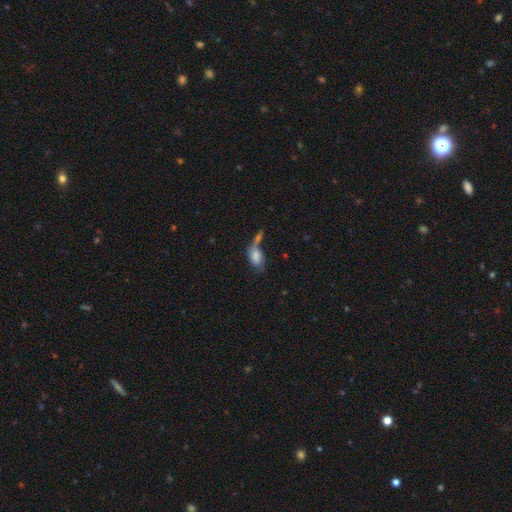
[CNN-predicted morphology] smooth 67%, featured or disk 24%, star or artifact 9%. Down the decision tree: how rounded — in between (89%); merging — merger (47%).